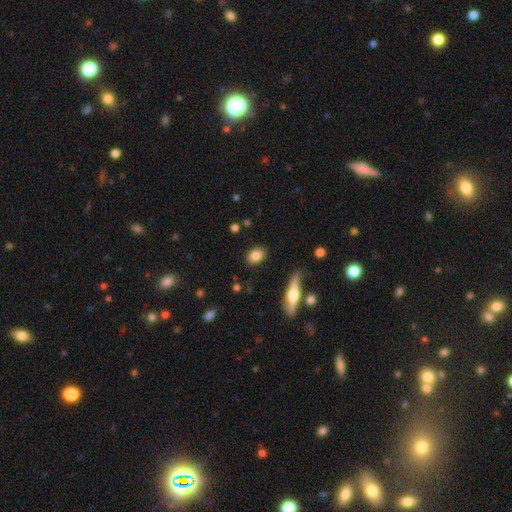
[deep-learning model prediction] Smooth or featured? Predicted: smooth (p=0.82). How rounded? Predicted: in between (p=0.66). Merging? Predicted: none (p=0.87).